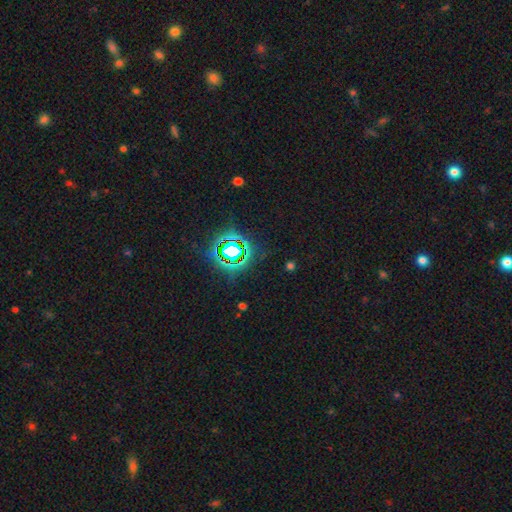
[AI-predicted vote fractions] Smooth or featured: star or artifact — 81% (smooth — 13%)